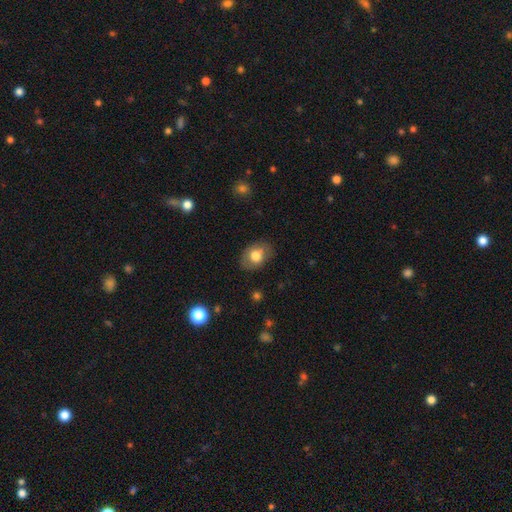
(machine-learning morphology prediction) smooth-or-featured: smooth: 70% | featured or disk: 22% | star or artifact: 7%
  how-rounded: in between: 74% | round: 25% | cigar-shaped: 1%
  merging: none: 80% | minor disturbance: 15% | major disturbance: 4% | merger: 1%